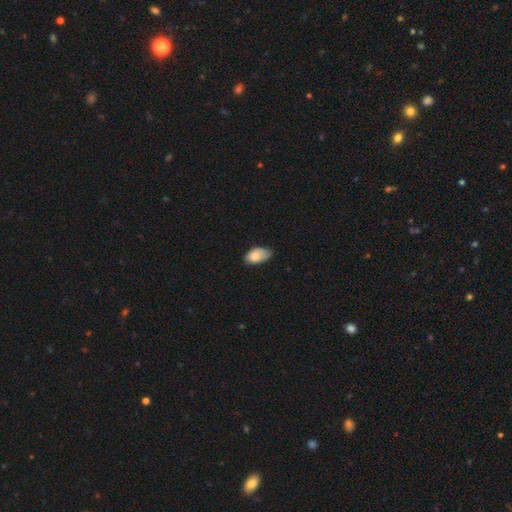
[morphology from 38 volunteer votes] smooth-or-featured: smooth: 74% | featured or disk: 18% | star or artifact: 8%
  how-rounded: in between: 89% | round: 11% | cigar-shaped: 0%
  merging: none: 43% | minor disturbance: 37% | major disturbance: 20% | merger: 0%